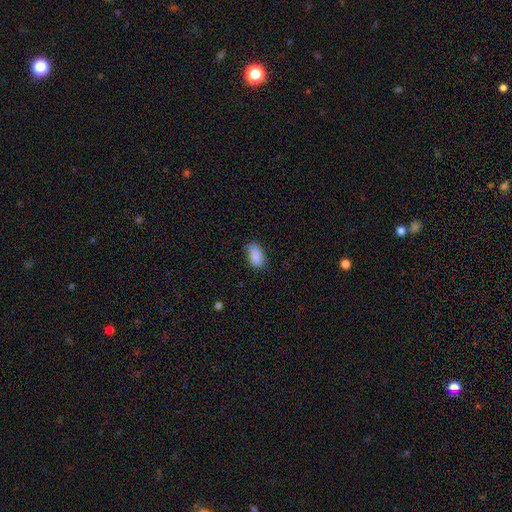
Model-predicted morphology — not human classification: smooth_or_featured: smooth (p=0.88) [alt: star or artifact p=0.07]
how_rounded: in between (p=0.93) [alt: round p=0.05]
merging: none (p=0.75) [alt: minor disturbance p=0.19]